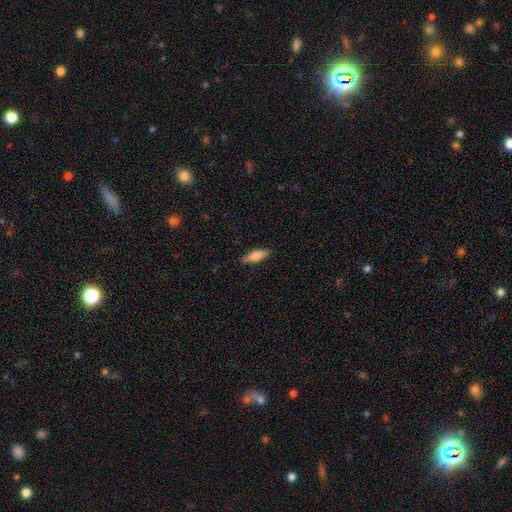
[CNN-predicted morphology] Smooth or featured: smooth — 73% (featured or disk — 21%)
How rounded: in between — 52% (cigar-shaped — 45%)
Merging: none — 87% (minor disturbance — 10%)